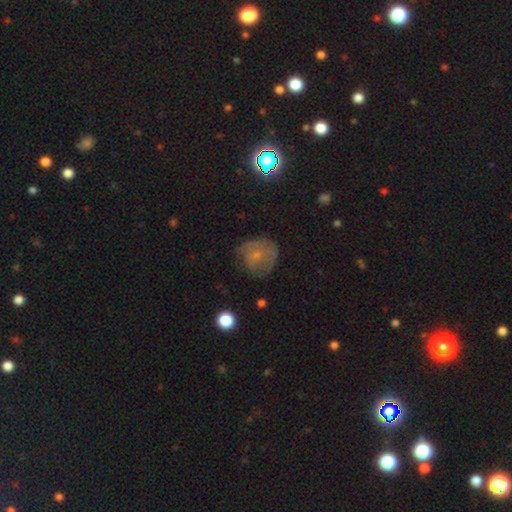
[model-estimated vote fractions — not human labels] This appears to be a smooth galaxy with no disk features (47%). Merging: none (56%).